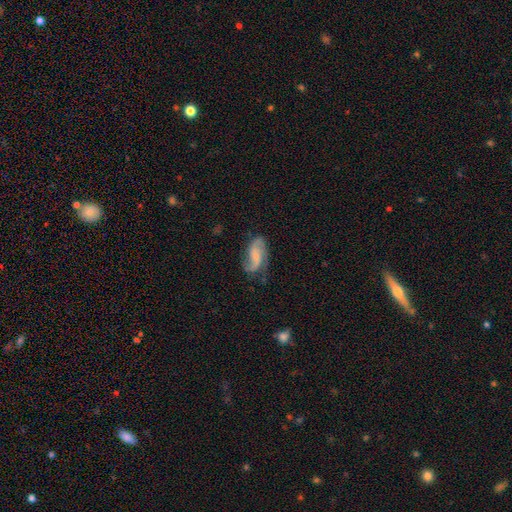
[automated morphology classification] type=featured or disk (76%); edge-on=no (96%); bar=no (52%); spiral arms=yes (95%); winding=loose (50%); arm count=2 (78%); bulge=small (57%); merging=none (65%).